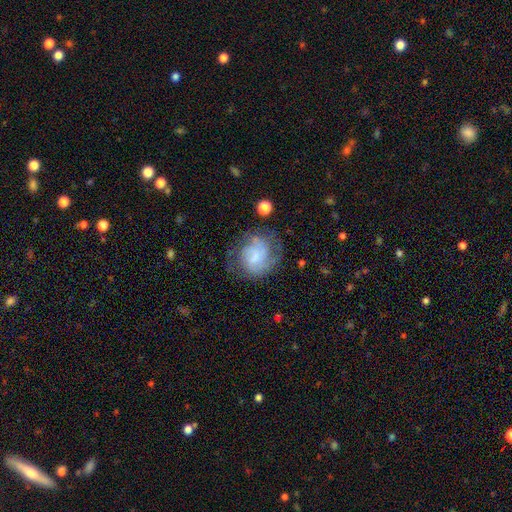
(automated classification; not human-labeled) A featured or disk galaxy (62%) with no bar (50%), spiral arms (81%) and a small central bulge (43%).

Vote fractions:
- Smooth or featured? featured or disk: 62% / smooth: 30% / star or artifact: 9%
- Edge-on disk? no: 98% / yes: 2%
- Bar? no: 50% / weak: 42% / strong: 7%
- Spiral arms? yes: 81% / no: 19%
- Bulge size? small: 43% / none: 28% / moderate: 22% / large: 5% / dominant: 2%
- Merging? none: 55% / minor disturbance: 23% / major disturbance: 20% / merger: 3%